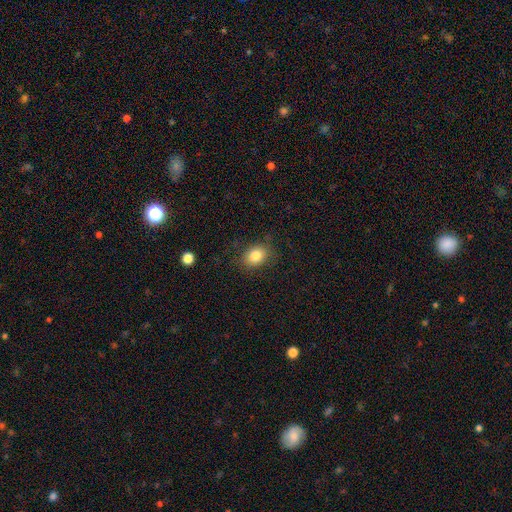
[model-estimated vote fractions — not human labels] A smooth galaxy with no disk features (82%) that is in between round and cigar-shaped (60%). Merging: none (82%).